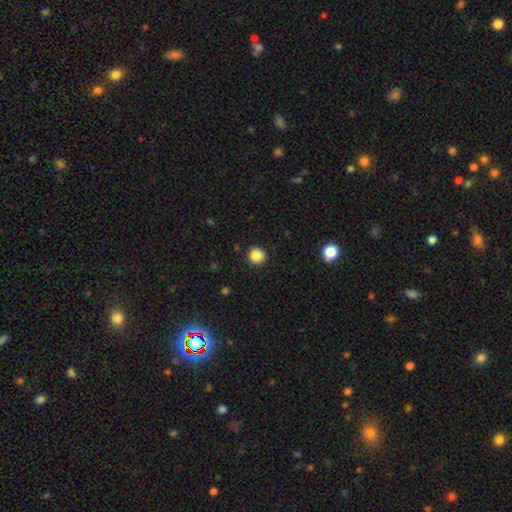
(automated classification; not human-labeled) Morphology: type=smooth (86%); roundness=round (92%); merging=none (91%).